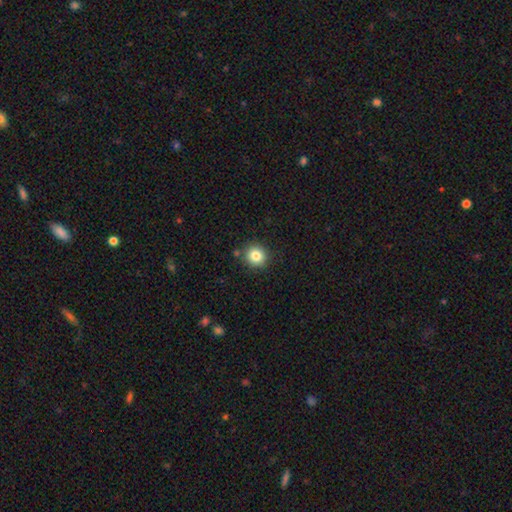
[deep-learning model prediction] Morphology: type=smooth (83%); roundness=round (92%); merging=none (86%).